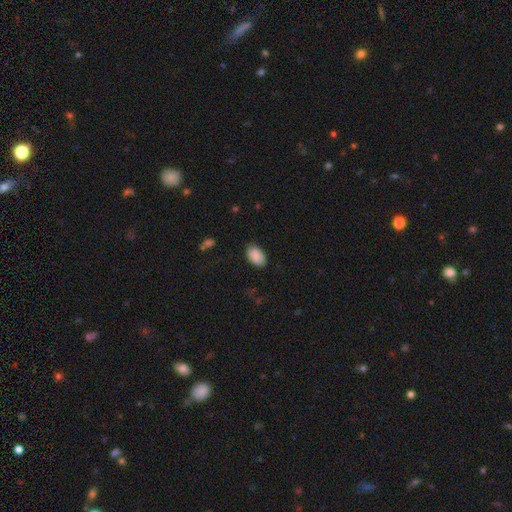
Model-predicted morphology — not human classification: This is clearly a smooth galaxy (88%). How rounded: clearly in between (93%). Merging: likely none (79%).